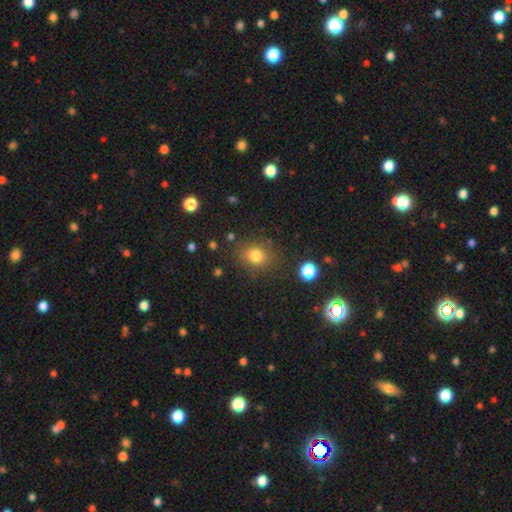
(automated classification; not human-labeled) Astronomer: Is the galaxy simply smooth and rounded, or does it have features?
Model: smooth — 79%.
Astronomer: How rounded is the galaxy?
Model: round — 66%.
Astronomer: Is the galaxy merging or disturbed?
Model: none — 82%.